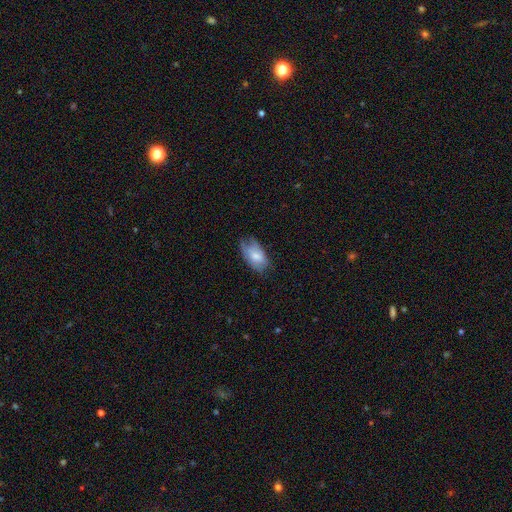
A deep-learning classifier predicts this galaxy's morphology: This is likely a smooth galaxy (65%). How rounded: clearly in between (93%). Merging: possibly none (53%).